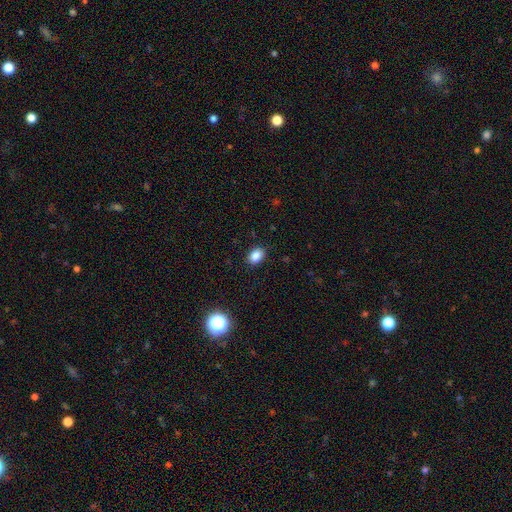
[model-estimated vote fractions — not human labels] smooth 85%, star or artifact 11%, featured or disk 4%. Down the decision tree: how rounded — in between (74%); merging — none (87%).